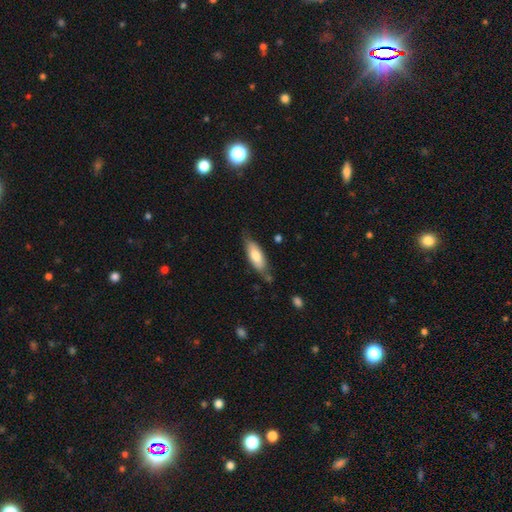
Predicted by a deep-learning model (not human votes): Smooth or featured: smooth — 71% (featured or disk — 23%)
How rounded: in between — 65% (cigar-shaped — 33%)
Merging: none — 68% (minor disturbance — 24%)